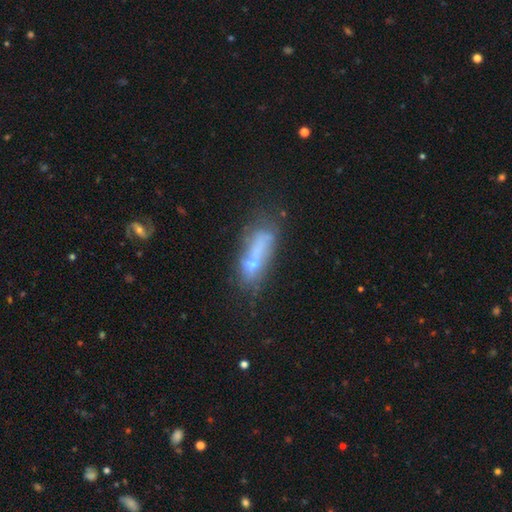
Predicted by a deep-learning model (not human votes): A smooth galaxy with no disk features (45%).

Vote fractions:
- Smooth or featured? smooth: 45% / featured or disk: 41% / star or artifact: 15%
- Merging? none: 32% / merger: 25% / minor disturbance: 21% / major disturbance: 21%